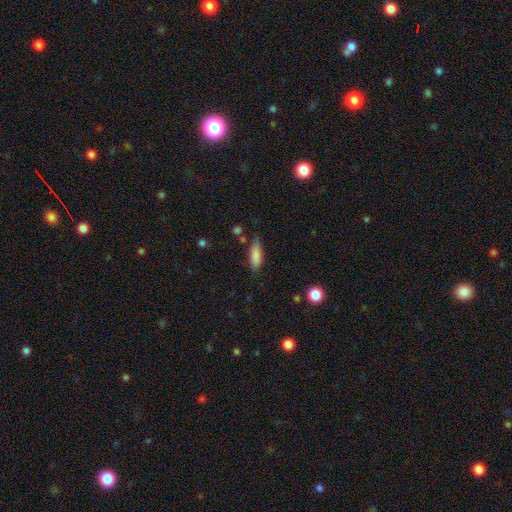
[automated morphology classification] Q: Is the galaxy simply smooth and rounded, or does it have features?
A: smooth — 85%.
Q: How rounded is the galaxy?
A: in between — 65%.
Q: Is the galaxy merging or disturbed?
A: none — 69%.